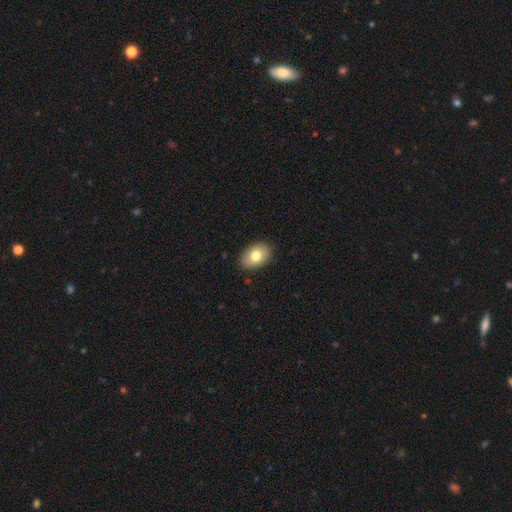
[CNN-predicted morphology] smooth_or_featured: smooth (p=0.78) [alt: featured or disk p=0.14]
how_rounded: in between (p=0.85) [alt: round p=0.14]
merging: none (p=0.87) [alt: minor disturbance p=0.10]